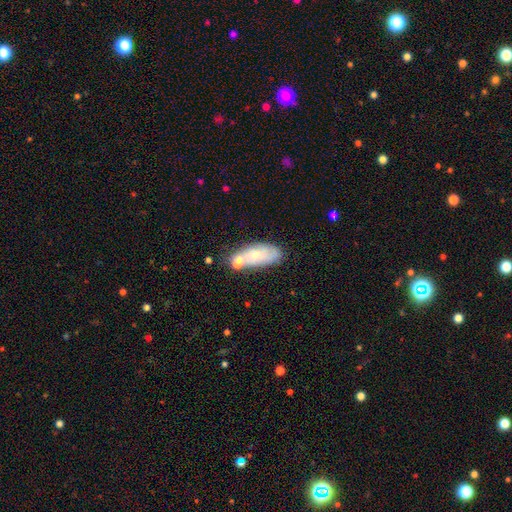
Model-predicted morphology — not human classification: A smooth galaxy with no disk features (59%) that is in between round and cigar-shaped (82%).

Vote fractions:
- Smooth or featured? smooth: 59% / featured or disk: 33% / star or artifact: 8%
- How rounded? in between: 82% / cigar-shaped: 14% / round: 4%
- Merging? none: 48% / merger: 25% / minor disturbance: 20% / major disturbance: 7%